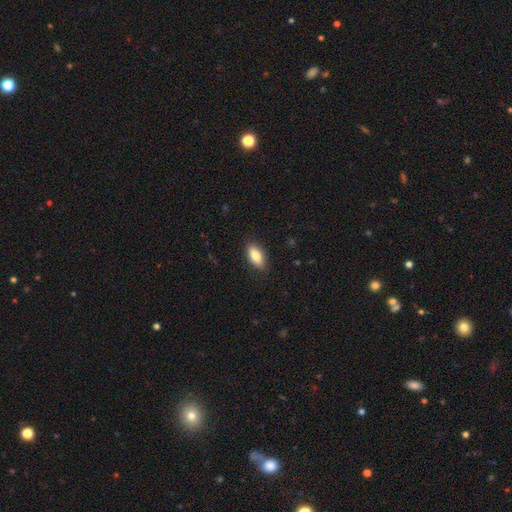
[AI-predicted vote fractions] A smooth galaxy with no disk features (82%) that is in between round and cigar-shaped (87%).

Vote fractions:
- Smooth or featured? smooth: 82% / featured or disk: 11% / star or artifact: 7%
- How rounded? in between: 87% / cigar-shaped: 10% / round: 3%
- Merging? none: 88% / minor disturbance: 9% / major disturbance: 2% / merger: 1%